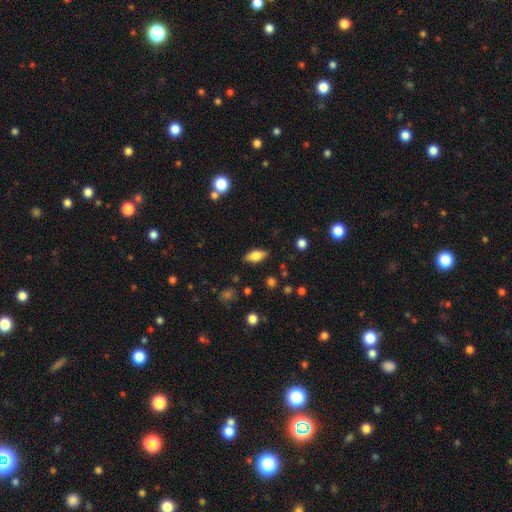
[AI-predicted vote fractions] Smooth or featured: smooth — 68% (featured or disk — 24%)
How rounded: in between — 83% (cigar-shaped — 14%)
Merging: none — 86% (minor disturbance — 10%)